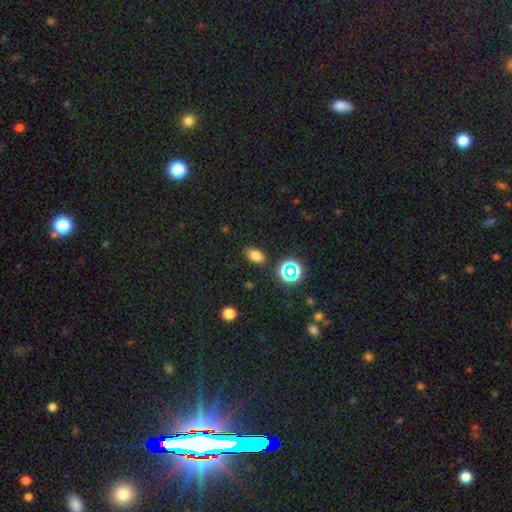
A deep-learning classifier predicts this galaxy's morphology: A smooth galaxy with no disk features (76%) that is in between round and cigar-shaped (85%).

Vote fractions:
- Smooth or featured? smooth: 76% / star or artifact: 17% / featured or disk: 7%
- How rounded? in between: 85% / round: 12% / cigar-shaped: 2%
- Merging? none: 85% / minor disturbance: 10% / major disturbance: 3% / merger: 2%